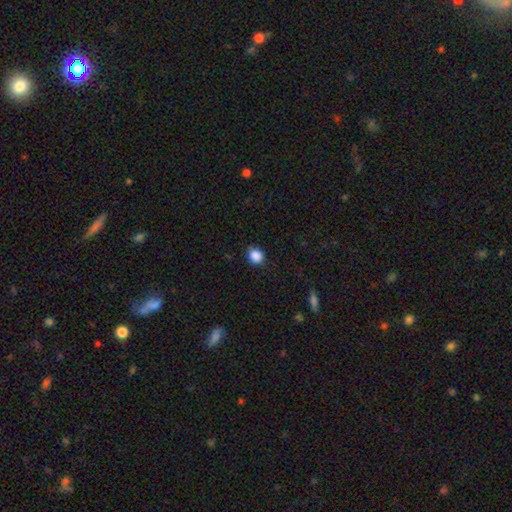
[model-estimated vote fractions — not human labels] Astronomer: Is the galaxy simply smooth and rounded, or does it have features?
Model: smooth — 88%.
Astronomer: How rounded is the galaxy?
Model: round — 70%.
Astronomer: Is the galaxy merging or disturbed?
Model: none — 84%.